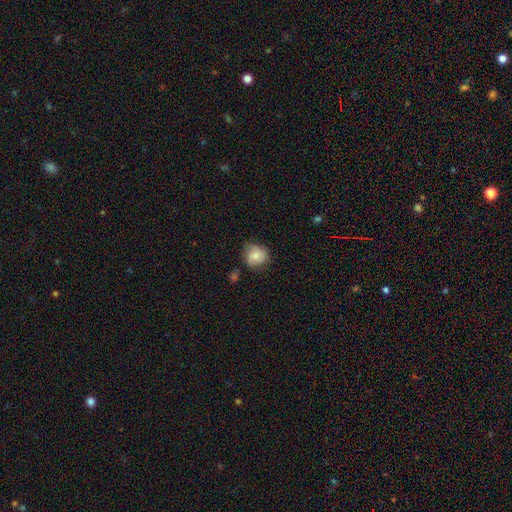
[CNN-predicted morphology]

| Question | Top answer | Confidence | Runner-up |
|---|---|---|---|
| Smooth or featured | smooth | 70% | featured or disk (22%) |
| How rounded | round | 74% | in between (25%) |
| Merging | none | 58% | minor disturbance (31%) |